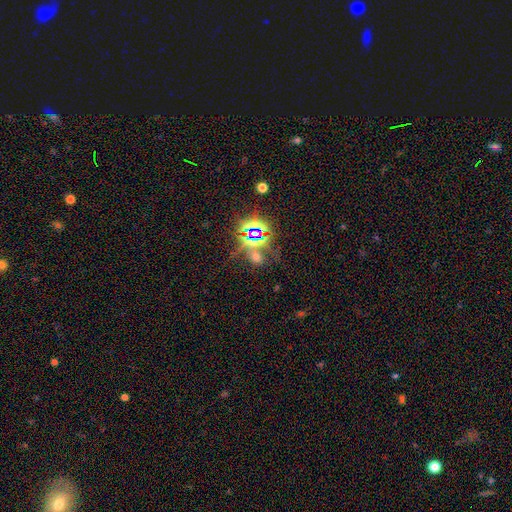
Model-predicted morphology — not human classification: Smooth or featured: star or artifact — 73% (smooth — 16%)